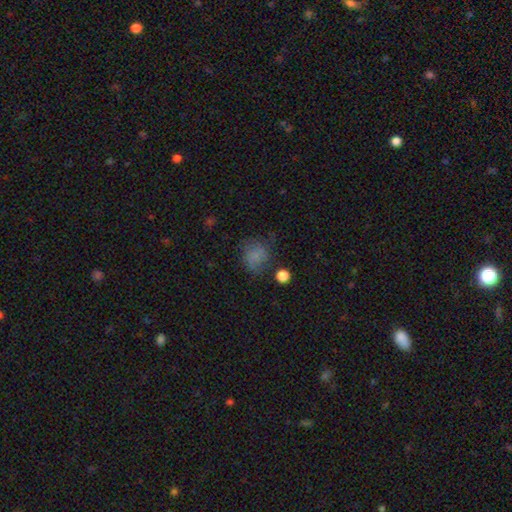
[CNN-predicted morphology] This appears to be a smooth galaxy with no disk features (73%) that is round (70%). Merging: none (59%).